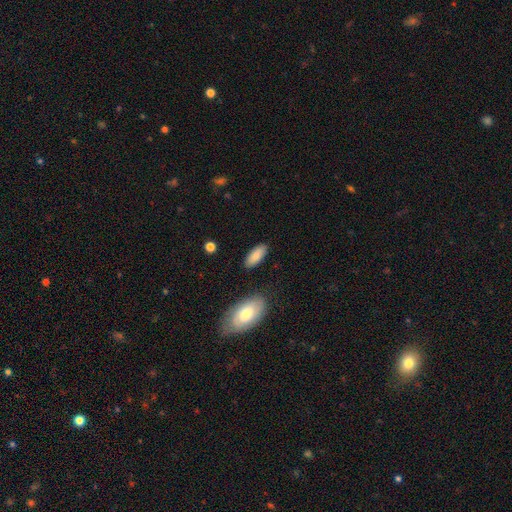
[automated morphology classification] This appears to be a smooth galaxy with no disk features (84%) that is in between round and cigar-shaped (84%). Merging: none (86%).